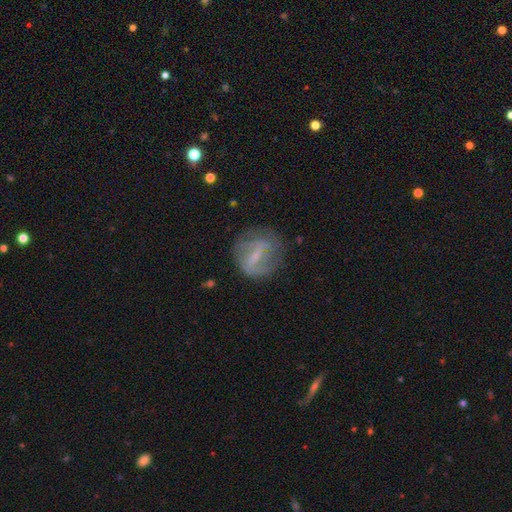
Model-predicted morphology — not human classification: Overall: featured or disk (63%; smooth 28%). Edge-on disk: no (94%). Bar: strong (45%; weak 40%). Spiral arms: yes (56%; no 44%). Bulge size: small (47%; none 32%). Merging: none (64%).